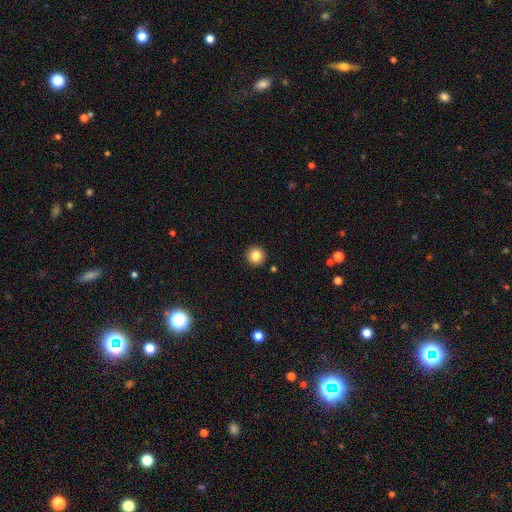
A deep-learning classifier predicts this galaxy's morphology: type=smooth (84%); roundness=round (96%); merging=none (93%).